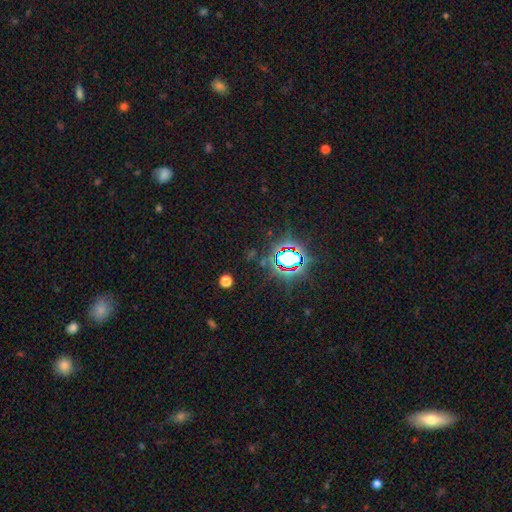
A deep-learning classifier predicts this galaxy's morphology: Smooth or featured?
  - star or artifact: 80% *
  - smooth: 12%
  - featured or disk: 7%